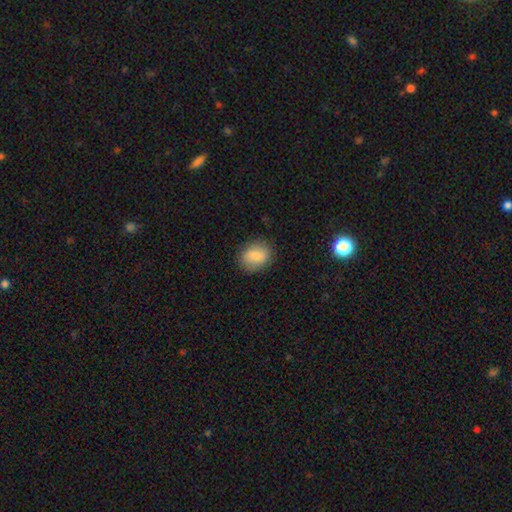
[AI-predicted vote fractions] Smooth or featured: smooth — 80% (featured or disk — 12%)
How rounded: in between — 50% (round — 49%)
Merging: none — 82% (minor disturbance — 13%)